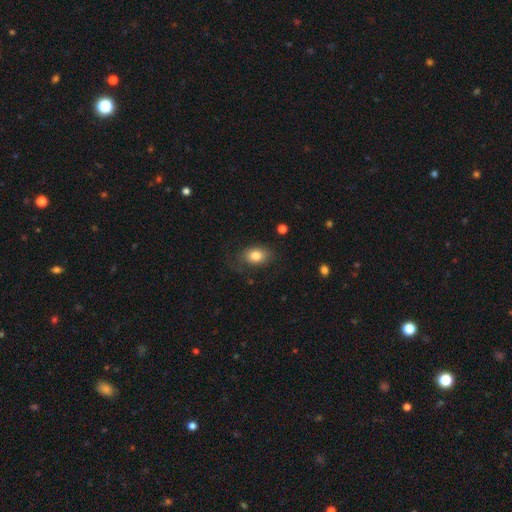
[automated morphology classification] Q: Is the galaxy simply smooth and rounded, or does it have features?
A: smooth — 82%.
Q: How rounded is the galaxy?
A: in between — 81%.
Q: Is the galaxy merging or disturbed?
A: none — 67%.